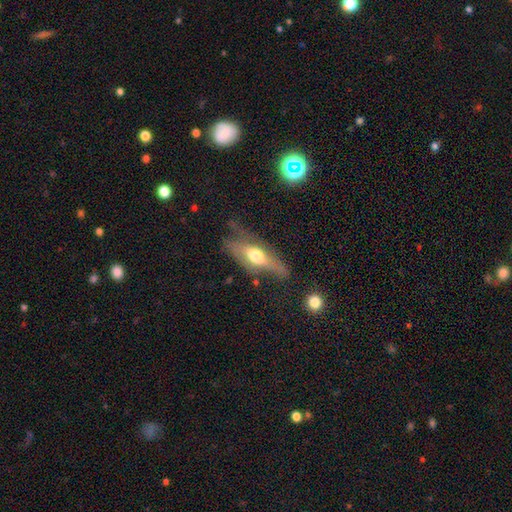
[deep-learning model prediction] smooth_or_featured: featured or disk (p=0.53) [alt: smooth p=0.40]
disk_edge_on: yes (p=0.66) [alt: no p=0.34]
merging: none (p=0.53) [alt: minor disturbance p=0.28]